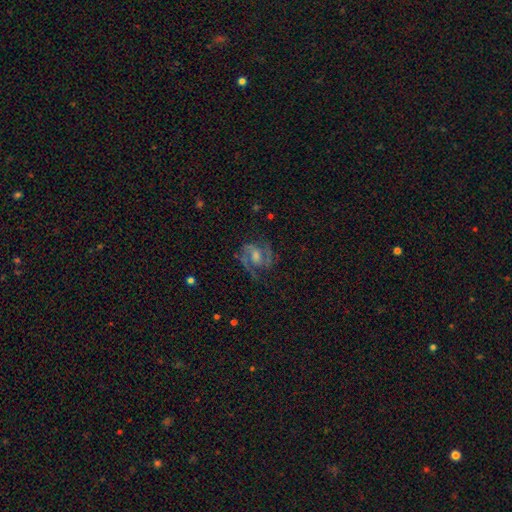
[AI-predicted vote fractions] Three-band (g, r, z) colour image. It shows a featured or disk galaxy (86%) with a weak bar (52%), 2 (85%) medium (58%) spiral arms (97%) and a moderate central bulge (49%). Merging: none (74%).